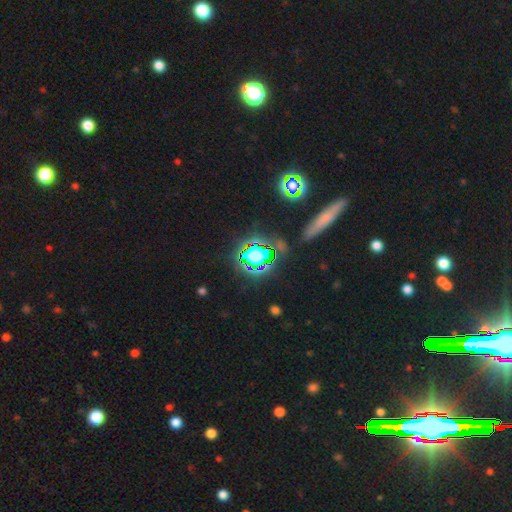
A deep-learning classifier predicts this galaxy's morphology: A star or artifact, not a galaxy (63%).

Vote fractions:
- Smooth or featured? star or artifact: 63% / smooth: 24% / featured or disk: 13%